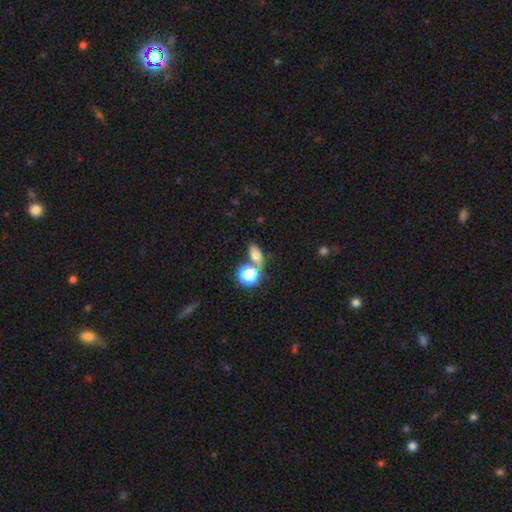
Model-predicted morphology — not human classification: Smooth or featured?
  - smooth: 71% *
  - star or artifact: 20%
  - featured or disk: 9%
How rounded?
  - in between: 73% *
  - round: 23%
  - cigar-shaped: 4%
Merging?
  - none: 58% *
  - merger: 25%
  - minor disturbance: 12%
  - major disturbance: 5%